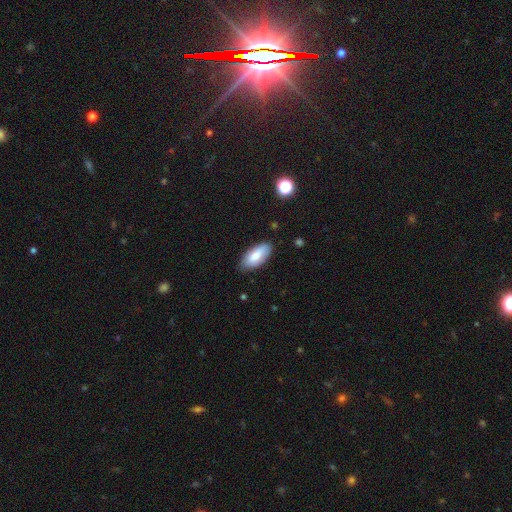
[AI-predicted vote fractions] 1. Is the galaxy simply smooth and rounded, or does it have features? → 78% smooth, 16% featured or disk, 6% star or artifact.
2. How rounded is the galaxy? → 89% in between, 10% cigar-shaped, 2% round.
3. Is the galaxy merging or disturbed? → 81% none, 15% minor disturbance, 3% major disturbance, 1% merger.